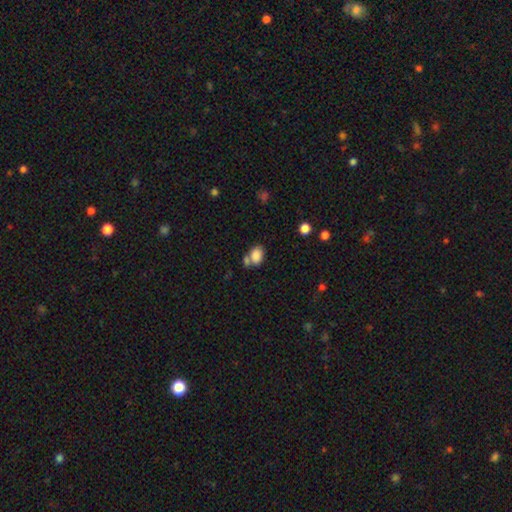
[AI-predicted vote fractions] The model was most divided on "merging": none: 47%, merger: 33%, minor disturbance: 14%, major disturbance: 6%. More confident: smooth or featured — smooth (84%); how rounded — in between (77%).